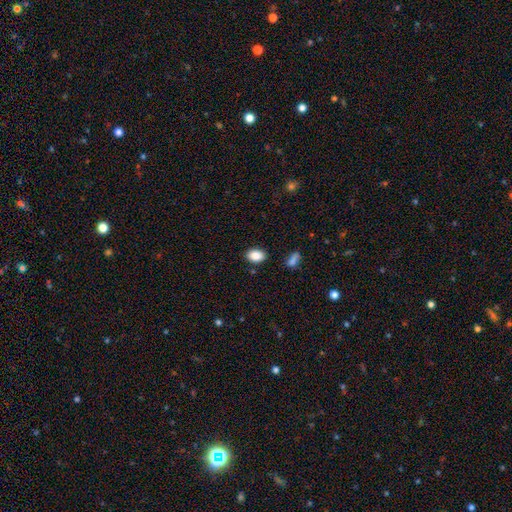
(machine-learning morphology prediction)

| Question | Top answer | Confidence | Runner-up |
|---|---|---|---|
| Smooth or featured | smooth | 87% | star or artifact (8%) |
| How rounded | in between | 84% | round (14%) |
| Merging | none | 85% | minor disturbance (9%) |